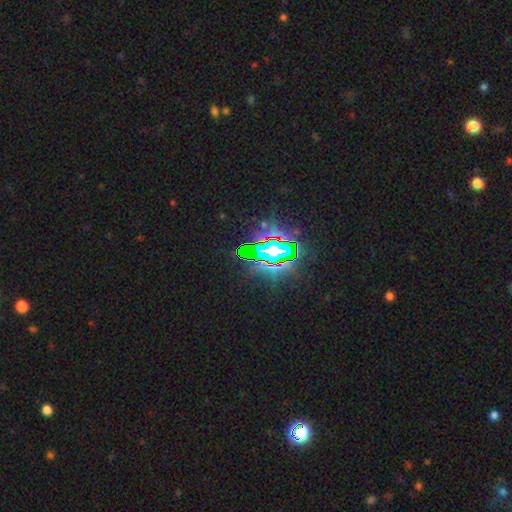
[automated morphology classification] Smooth or featured?
  - star or artifact: 75% *
  - featured or disk: 13%
  - smooth: 12%